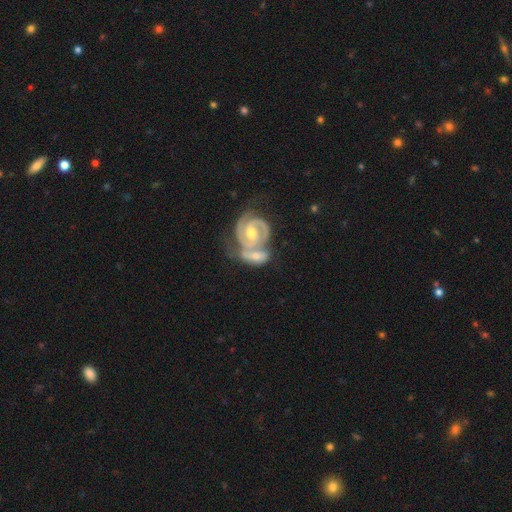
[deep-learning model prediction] Smooth or featured?
  - featured or disk: 77% *
  - smooth: 18%
  - star or artifact: 5%
Edge-on disk?
  - no: 96% *
  - yes: 4%
Bar?
  - no: 44% *
  - weak: 40%
  - strong: 16%
Spiral arms?
  - yes: 93% *
  - no: 7%
Spiral winding?
  - tight: 56% *
  - medium: 35%
  - loose: 8%
Spiral arm count?
  - 2: 76% *
  - can't tell: 9%
  - 3: 8%
  - 1: 4%
  - 4: 2%
  - more than 4: 2%
Bulge size?
  - moderate: 60% *
  - small: 32%
  - large: 4%
  - none: 2%
  - dominant: 1%
Merging?
  - merger: 64% *
  - none: 21%
  - minor disturbance: 10%
  - major disturbance: 6%